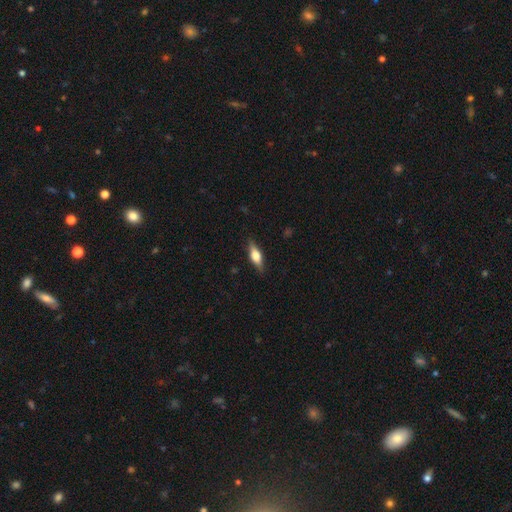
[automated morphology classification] Smooth or featured: smooth — 49% (featured or disk — 43%)
Merging: none — 85% (minor disturbance — 12%)